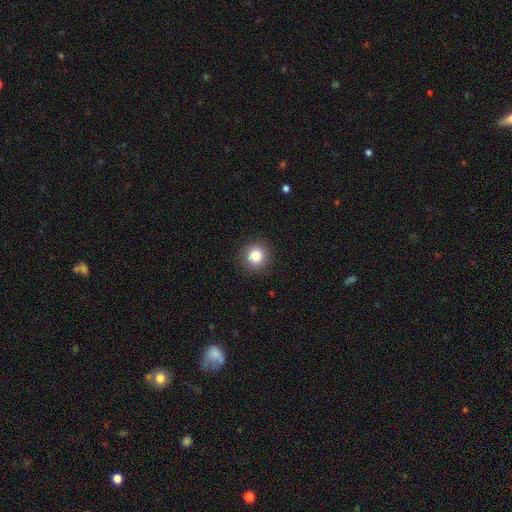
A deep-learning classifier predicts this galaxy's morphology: type=smooth (85%); roundness=round (92%); merging=none (89%).